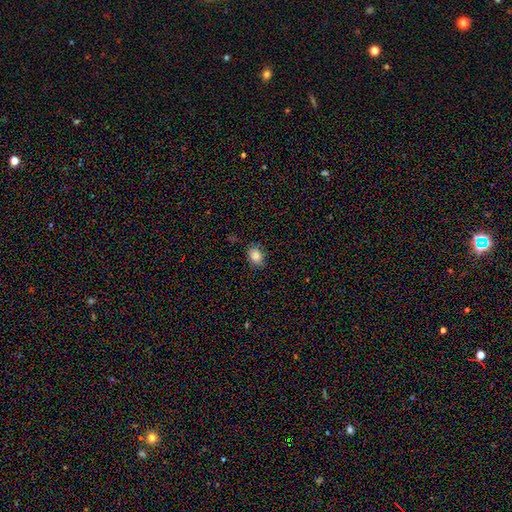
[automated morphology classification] Smooth or featured: smooth — 85% (star or artifact — 10%)
How rounded: in between — 71% (round — 28%)
Merging: none — 81% (minor disturbance — 15%)